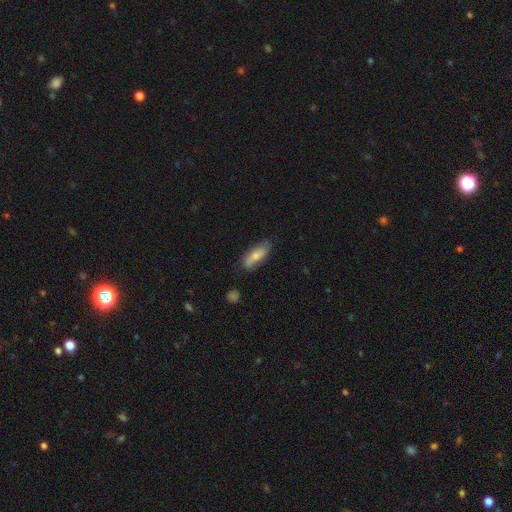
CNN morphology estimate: Q: Smooth or featured?
A: smooth (68%); runner-up: featured or disk (26%)
Q: How rounded?
A: in between (66%); runner-up: cigar-shaped (32%)
Q: Merging?
A: none (73%); runner-up: minor disturbance (20%)